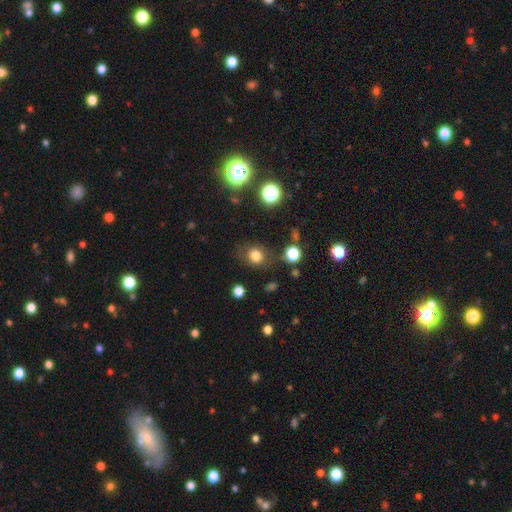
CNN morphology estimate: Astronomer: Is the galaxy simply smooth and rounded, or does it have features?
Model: smooth — 78%.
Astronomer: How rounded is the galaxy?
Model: round — 73%.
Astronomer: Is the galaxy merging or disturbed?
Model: none — 77%.